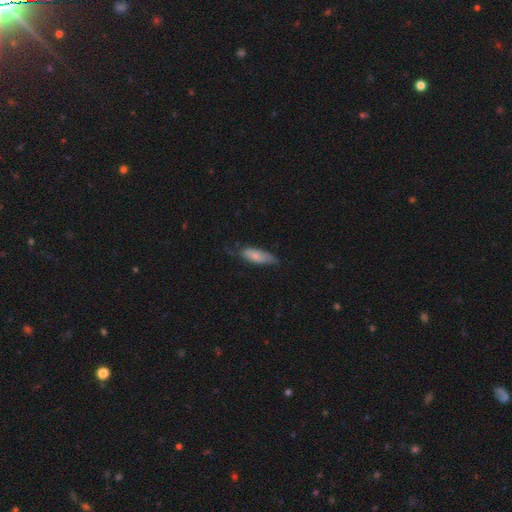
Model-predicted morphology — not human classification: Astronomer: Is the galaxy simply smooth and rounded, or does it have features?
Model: smooth — 70%.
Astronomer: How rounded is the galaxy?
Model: in between — 57% (runner-up: cigar-shaped, 41%).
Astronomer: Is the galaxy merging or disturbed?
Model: none — 52% (runner-up: minor disturbance, 34%).